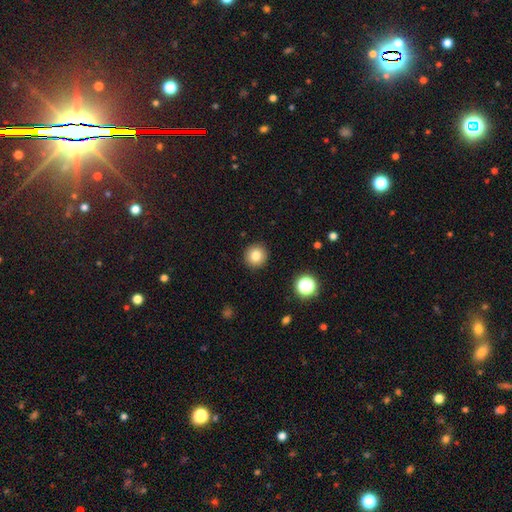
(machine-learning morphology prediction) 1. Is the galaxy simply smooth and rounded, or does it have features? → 81% smooth, 12% star or artifact, 8% featured or disk.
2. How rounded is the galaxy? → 95% round, 4% in between, 1% cigar-shaped.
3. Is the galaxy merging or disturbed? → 92% none, 5% minor disturbance, 2% major disturbance, 1% merger.